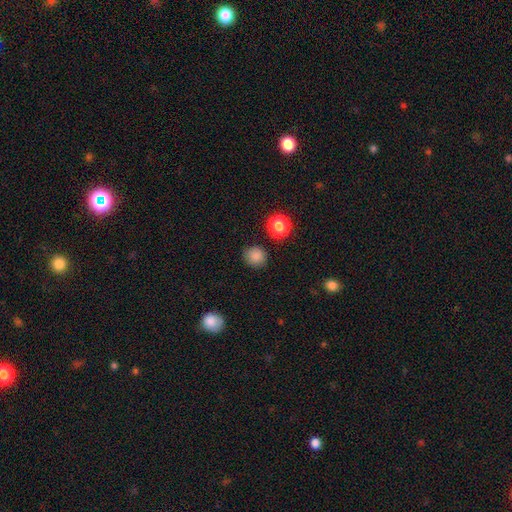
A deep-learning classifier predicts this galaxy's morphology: Overall: smooth (84%). How rounded: round (87%). Merging: none (87%).